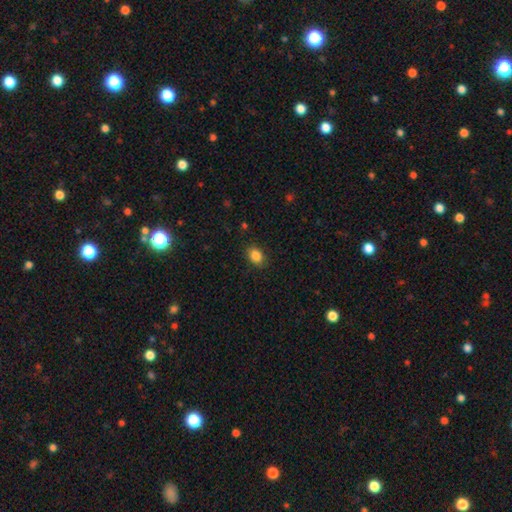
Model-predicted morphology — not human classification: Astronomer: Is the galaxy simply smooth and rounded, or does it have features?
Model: smooth — 86%.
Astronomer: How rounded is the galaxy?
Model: in between — 71%.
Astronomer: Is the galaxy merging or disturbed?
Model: none — 84%.